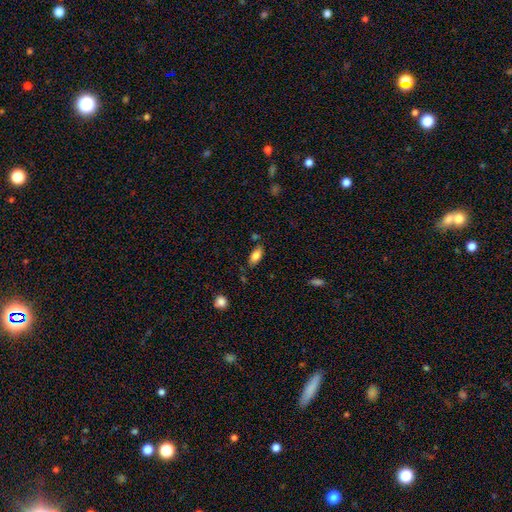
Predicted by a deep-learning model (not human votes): This appears to be a smooth galaxy with no disk features (83%) that is in between round and cigar-shaped (89%). Merging: none (77%).